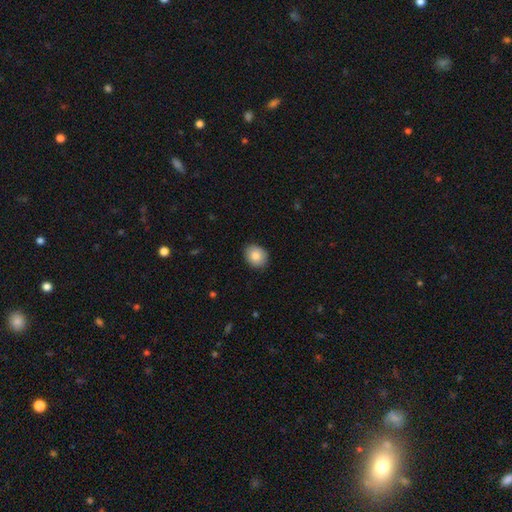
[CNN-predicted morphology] This appears to be a smooth galaxy with no disk features (86%) that is round (54%). Merging: none (88%).